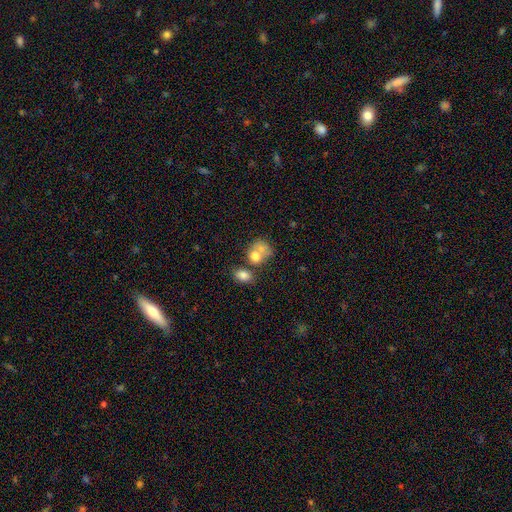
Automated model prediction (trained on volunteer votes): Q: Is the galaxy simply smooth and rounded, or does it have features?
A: smooth — 51%.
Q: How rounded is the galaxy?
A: round — 56%.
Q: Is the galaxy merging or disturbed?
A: none — 54%.